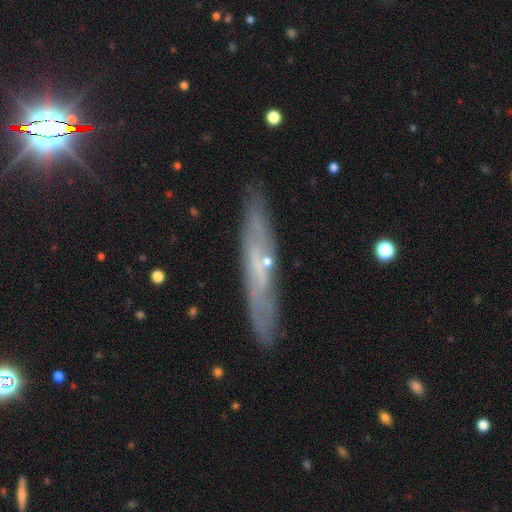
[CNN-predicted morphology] smooth_or_featured: featured or disk (p=0.59) [alt: smooth p=0.32]
disk_edge_on: yes (p=0.73) [alt: no p=0.27]
merging: none (p=0.84) [alt: minor disturbance p=0.12]